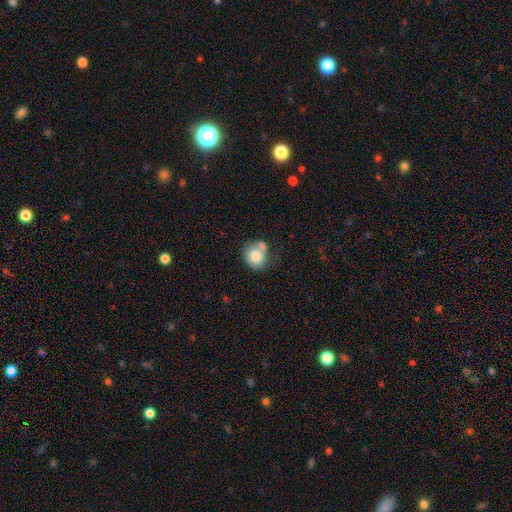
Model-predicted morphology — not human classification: Overall: smooth (75%). How rounded: round (71%). Merging: none (38%; merger 33%).